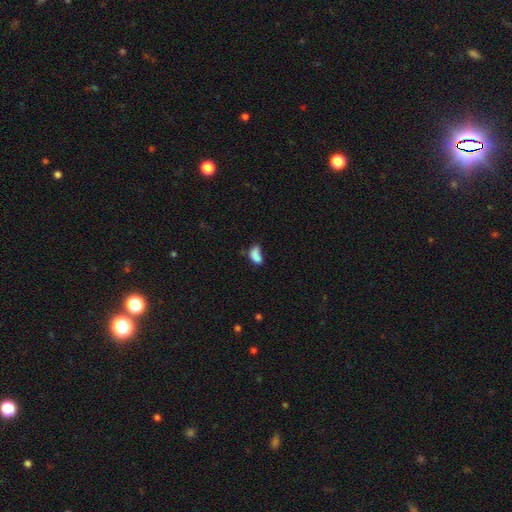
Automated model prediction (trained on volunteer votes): Smooth or featured: smooth — 76% (featured or disk — 13%)
How rounded: in between — 87% (round — 9%)
Merging: none — 30% (minor disturbance — 26%)